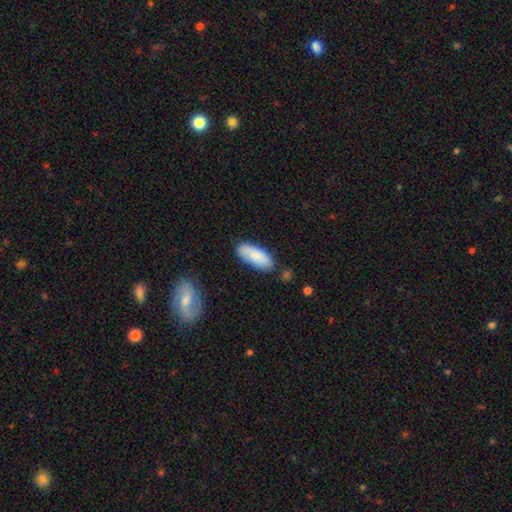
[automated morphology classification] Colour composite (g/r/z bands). It shows a smooth galaxy with no disk features (81%) that is in between round and cigar-shaped (81%). Merging: none (79%).